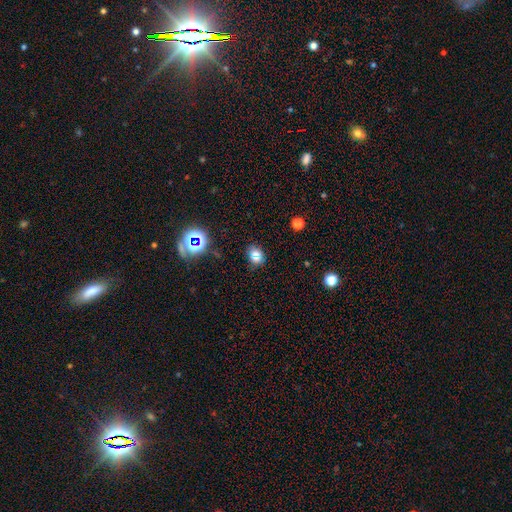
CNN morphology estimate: smooth-or-featured: smooth: 70% | star or artifact: 21% | featured or disk: 10%
  how-rounded: round: 52% | in between: 47% | cigar-shaped: 1%
  merging: none: 69% | minor disturbance: 15% | merger: 11% | major disturbance: 5%